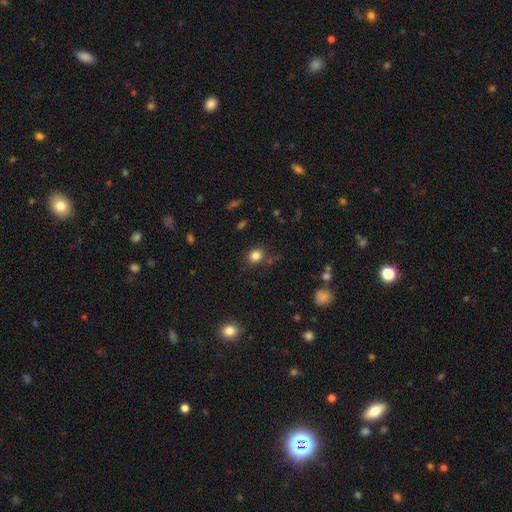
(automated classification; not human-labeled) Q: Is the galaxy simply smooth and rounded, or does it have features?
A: smooth — 82%.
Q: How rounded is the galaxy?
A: round — 73%.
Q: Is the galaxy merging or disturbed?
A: none — 80%.